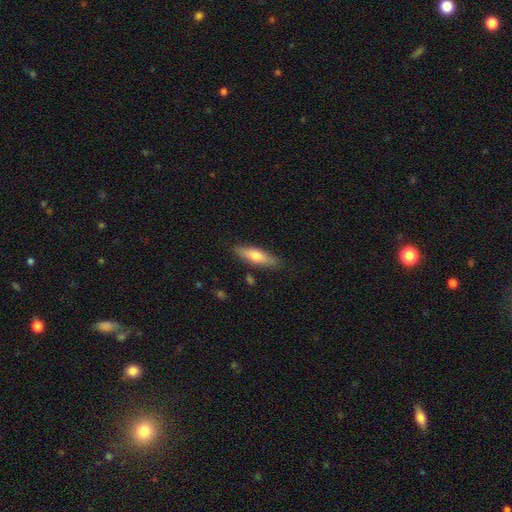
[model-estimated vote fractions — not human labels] This appears to be a smooth galaxy with no disk features (65%) that is cigar-shaped (56%). Merging: none (85%).